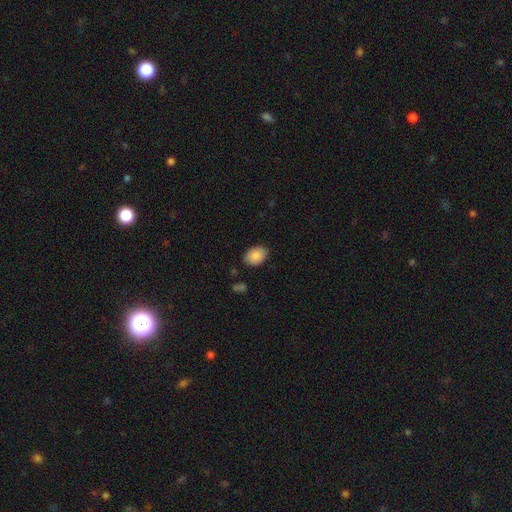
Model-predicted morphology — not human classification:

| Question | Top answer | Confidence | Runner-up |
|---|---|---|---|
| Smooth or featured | smooth | 89% | star or artifact (7%) |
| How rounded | in between | 80% | round (19%) |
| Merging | none | 85% | minor disturbance (11%) |